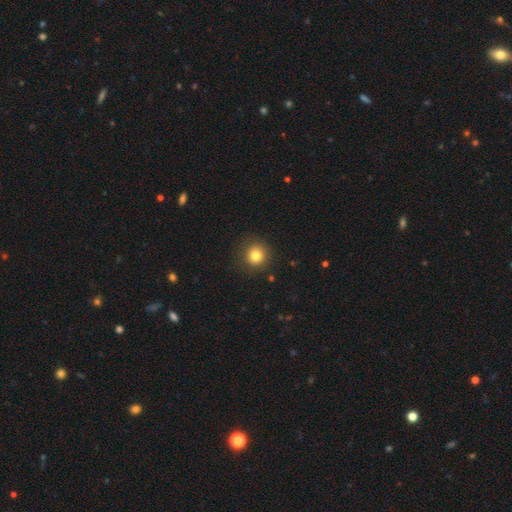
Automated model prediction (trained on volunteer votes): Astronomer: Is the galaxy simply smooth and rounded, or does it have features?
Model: smooth — 81%.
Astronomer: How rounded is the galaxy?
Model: round — 92%.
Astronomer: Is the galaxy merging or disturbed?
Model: none — 89%.